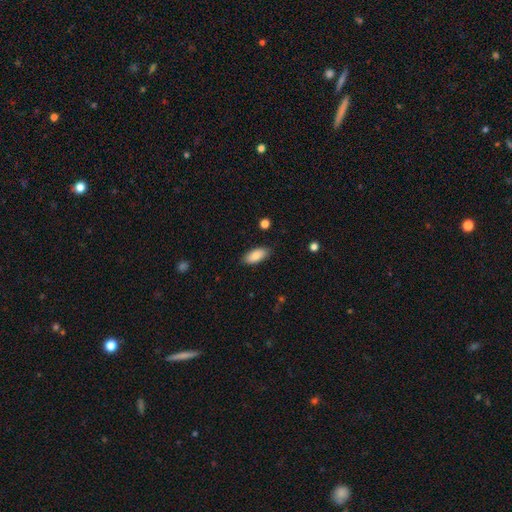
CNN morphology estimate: Overall: smooth (86%). How rounded: in between (88%). Merging: none (86%).